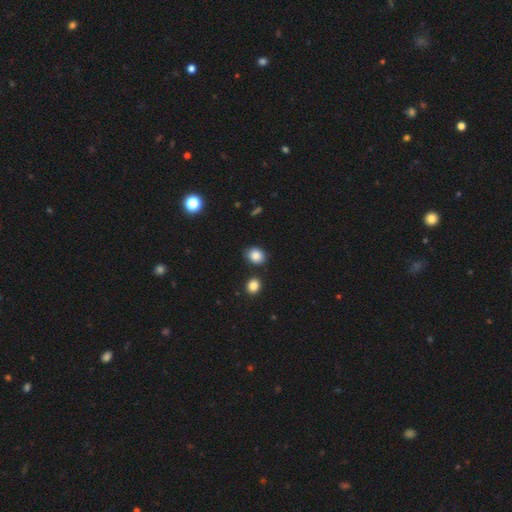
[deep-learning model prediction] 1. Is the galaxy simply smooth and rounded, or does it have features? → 86% smooth, 9% star or artifact, 5% featured or disk.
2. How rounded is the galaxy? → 50% round, 49% in between, 1% cigar-shaped.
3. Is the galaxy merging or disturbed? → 78% none, 13% minor disturbance, 6% merger, 3% major disturbance.